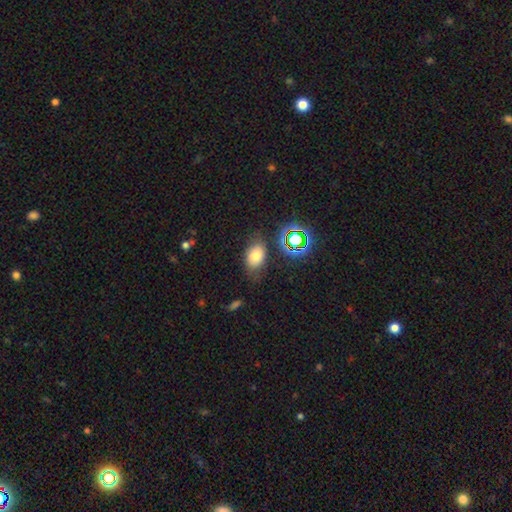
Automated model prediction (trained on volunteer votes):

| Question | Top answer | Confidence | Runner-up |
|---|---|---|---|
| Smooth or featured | smooth | 70% | star or artifact (17%) |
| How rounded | in between | 82% | round (17%) |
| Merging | none | 71% | minor disturbance (18%) |